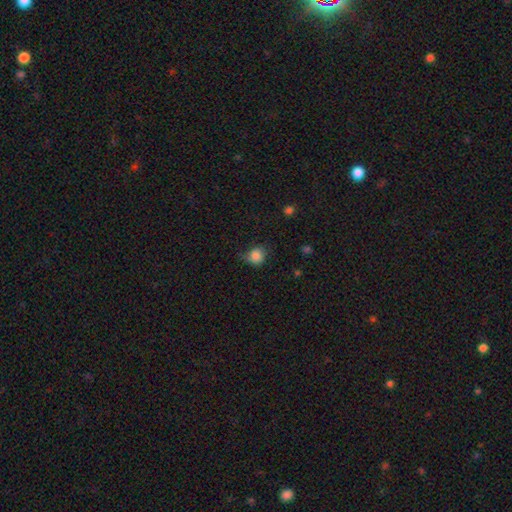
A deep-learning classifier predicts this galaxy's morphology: Smooth or featured? Predicted: smooth (p=0.85). How rounded? Predicted: round (p=0.81). Merging? Predicted: none (p=0.55).